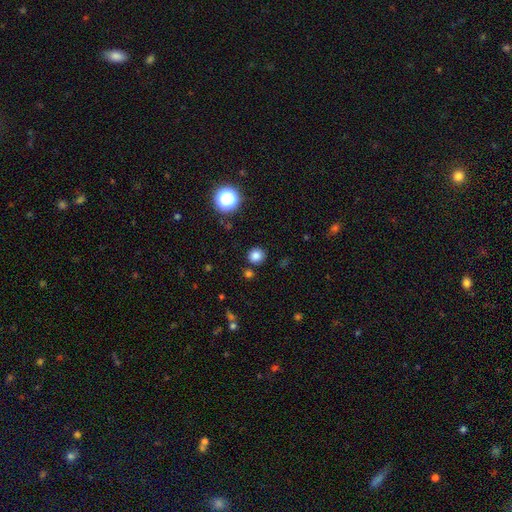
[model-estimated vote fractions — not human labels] smooth_or_featured: smooth (p=0.82) [alt: star or artifact p=0.14]
how_rounded: round (p=0.92) [alt: in between p=0.08]
merging: none (p=0.88) [alt: minor disturbance p=0.06]